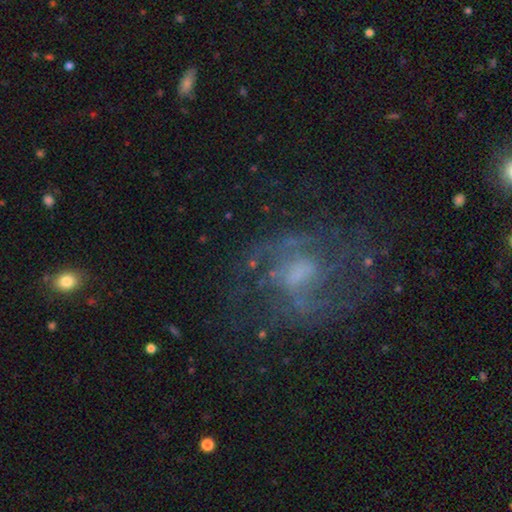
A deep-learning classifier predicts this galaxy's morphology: Smooth or featured?
  - featured or disk: 74% *
  - star or artifact: 15%
  - smooth: 10%
Edge-on disk?
  - no: 97% *
  - yes: 3%
Bar?
  - weak: 50% *
  - no: 37%
  - strong: 14%
Spiral arms?
  - yes: 89% *
  - no: 11%
Spiral winding?
  - medium: 51% *
  - loose: 26%
  - tight: 23%
Spiral arm count?
  - 2: 66% *
  - can't tell: 19%
  - 3: 6%
  - 1: 4%
  - 4: 3%
  - more than 4: 3%
Bulge size?
  - moderate: 36% *
  - small: 35%
  - none: 20%
  - large: 7%
  - dominant: 2%
Merging?
  - none: 69% *
  - minor disturbance: 15%
  - major disturbance: 14%
  - merger: 2%